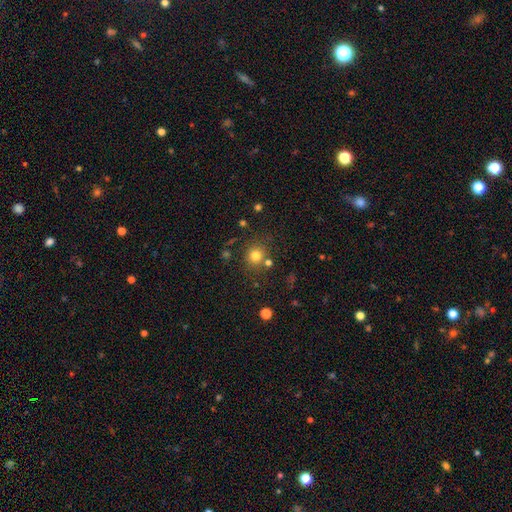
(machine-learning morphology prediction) smooth_or_featured: smooth (p=0.78) [alt: star or artifact p=0.14]
how_rounded: round (p=0.88) [alt: in between p=0.11]
merging: none (p=0.77) [alt: minor disturbance p=0.10]